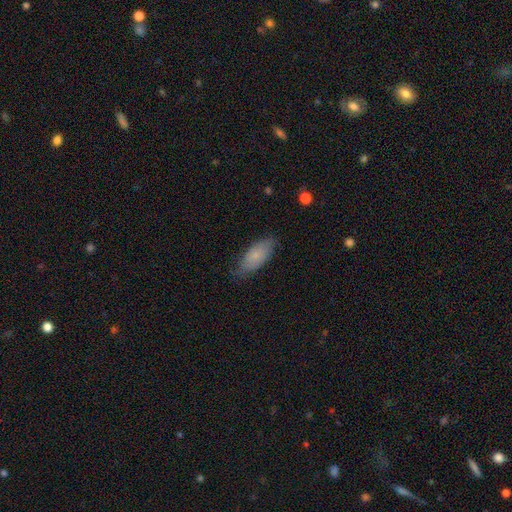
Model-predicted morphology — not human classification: type=smooth (73%); roundness=in between (81%); merging=none (72%).